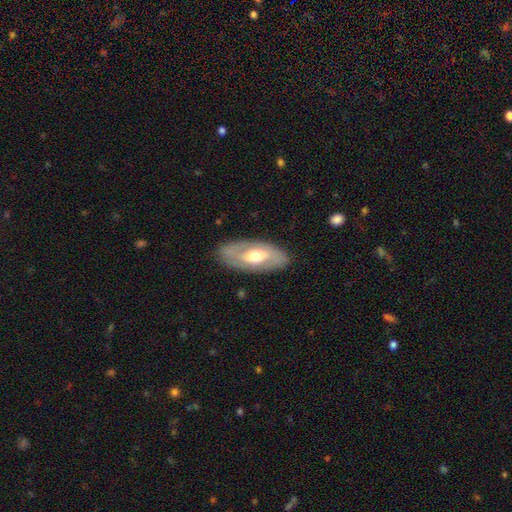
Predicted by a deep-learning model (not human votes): Smooth or featured? Predicted: featured or disk (p=0.55). Edge-on disk? Predicted: no (p=0.85). Merging? Predicted: none (p=0.81).